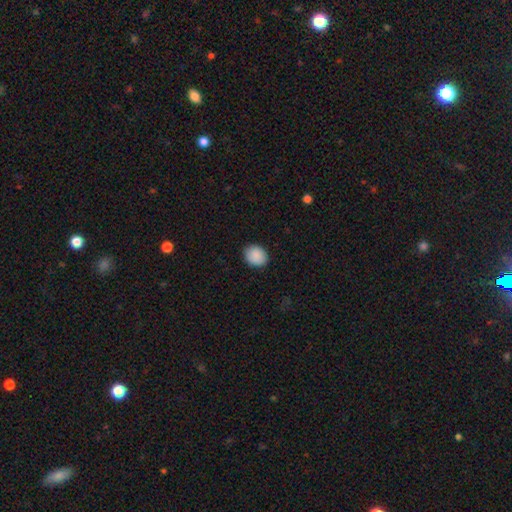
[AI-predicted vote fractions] smooth 90%, star or artifact 7%, featured or disk 3%. Down the decision tree: how rounded — round (59%); merging — none (89%).